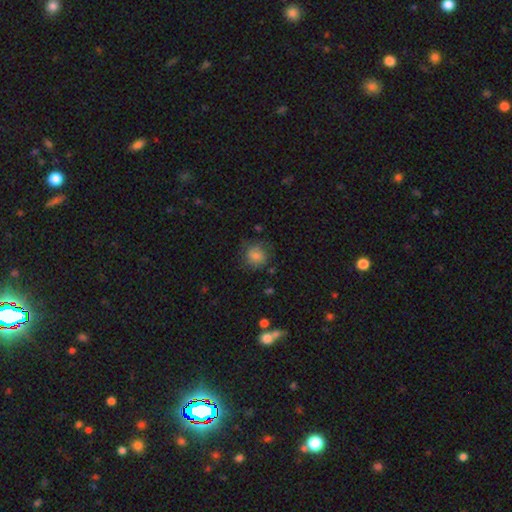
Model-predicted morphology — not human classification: This is likely a smooth galaxy (77%). How rounded: clearly round (80%). Merging: likely none (71%).